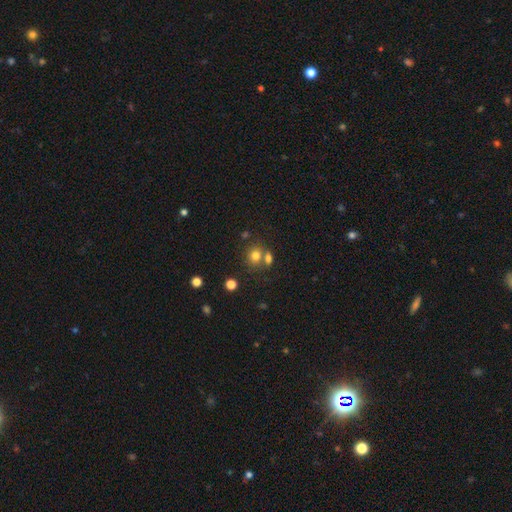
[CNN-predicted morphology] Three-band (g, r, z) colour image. It shows a smooth galaxy with no disk features (77%) that is round (74%). Merging: none (55%).